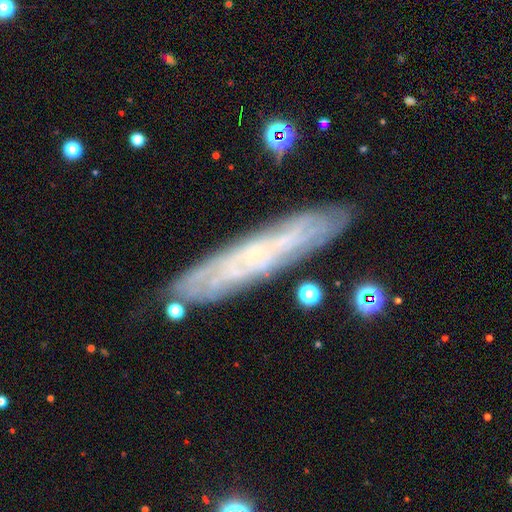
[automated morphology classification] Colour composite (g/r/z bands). It shows a featured or disk galaxy (67%) viewed edge-on (55%). Merging: none (84%).